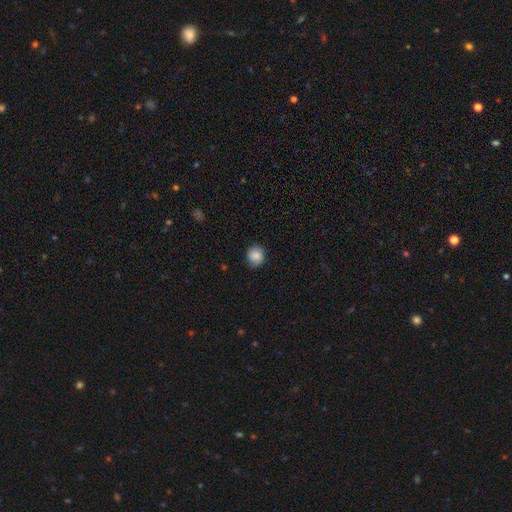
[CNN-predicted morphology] smooth 80%, featured or disk 11%, star or artifact 9%. Down the decision tree: how rounded — round (78%); merging — none (80%).